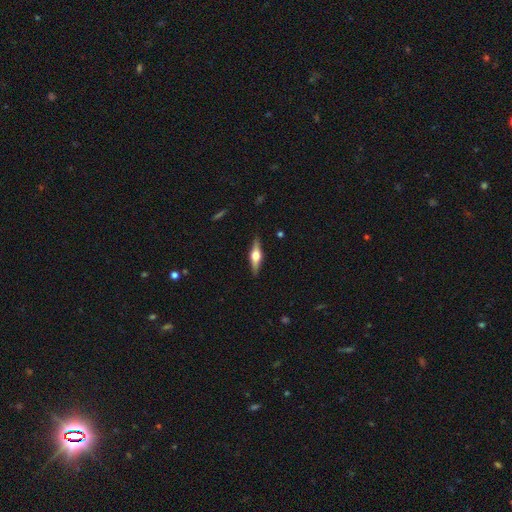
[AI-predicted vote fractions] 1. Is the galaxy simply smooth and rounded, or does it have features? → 68% featured or disk, 26% smooth, 6% star or artifact.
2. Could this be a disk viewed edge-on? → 97% yes, 3% no.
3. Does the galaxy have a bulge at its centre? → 95% rounded, 4% boxy, 2% none.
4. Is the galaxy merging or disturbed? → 90% none, 7% minor disturbance, 2% major disturbance, 1% merger.